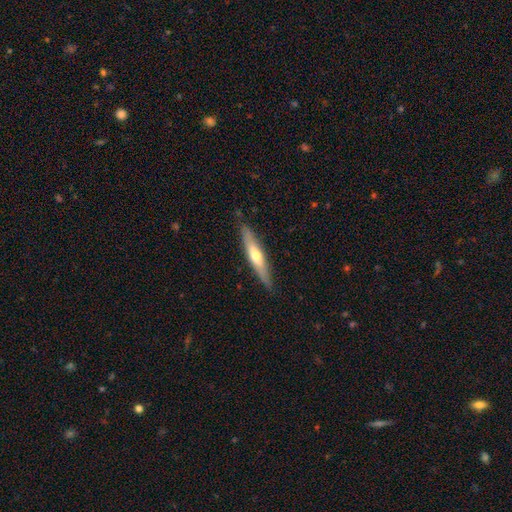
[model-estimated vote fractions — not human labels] Smooth or featured: featured or disk — 51% (smooth — 44%)
Edge-on disk: yes — 89% (no — 11%)
Merging: none — 86% (minor disturbance — 10%)